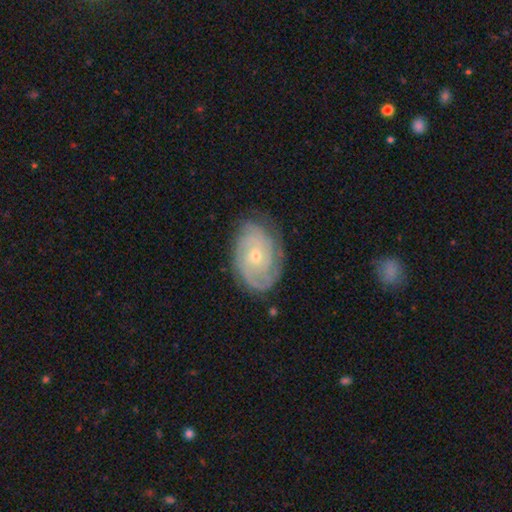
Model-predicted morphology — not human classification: This is clearly a featured or disk galaxy (85%). It is clearly not viewed edge-on (97%). Bar: likely no (78%). Spiral arm pattern: clearly yes (96%). Spiral arm count: marginally can't tell (30%). Spiral winding: likely tight (74%). Central bulge: likely small (63%). Merging: likely none (77%).